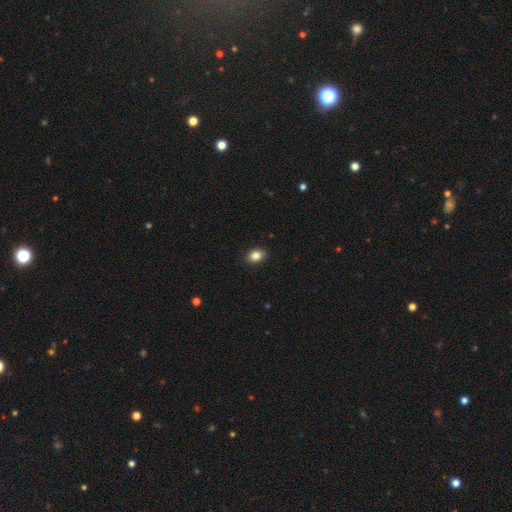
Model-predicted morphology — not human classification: Smooth or featured? Predicted: smooth (p=0.85). How rounded? Predicted: in between (p=0.71). Merging? Predicted: none (p=0.89).